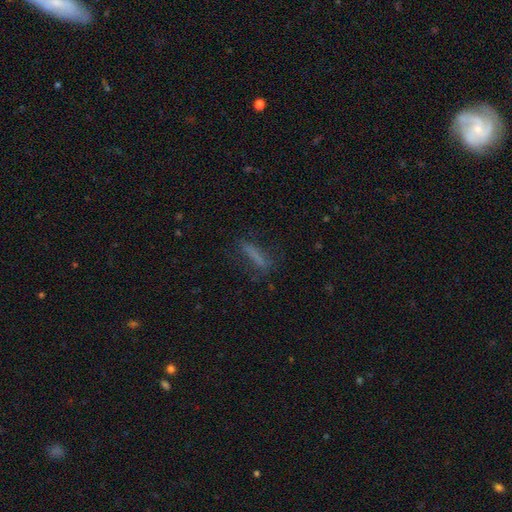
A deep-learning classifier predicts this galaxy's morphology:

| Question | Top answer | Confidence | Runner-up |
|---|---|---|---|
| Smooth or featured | smooth | 63% | featured or disk (23%) |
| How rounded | cigar-shaped | 86% | in between (12%) |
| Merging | none | 71% | minor disturbance (17%) |